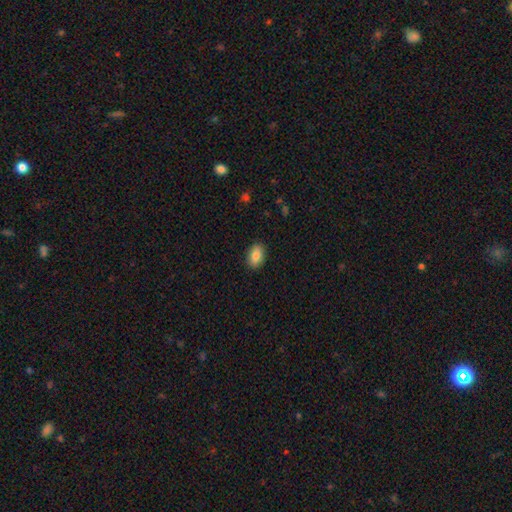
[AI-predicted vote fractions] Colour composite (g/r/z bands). It shows a smooth galaxy with no disk features (84%) that is in between round and cigar-shaped (87%). Merging: none (89%).